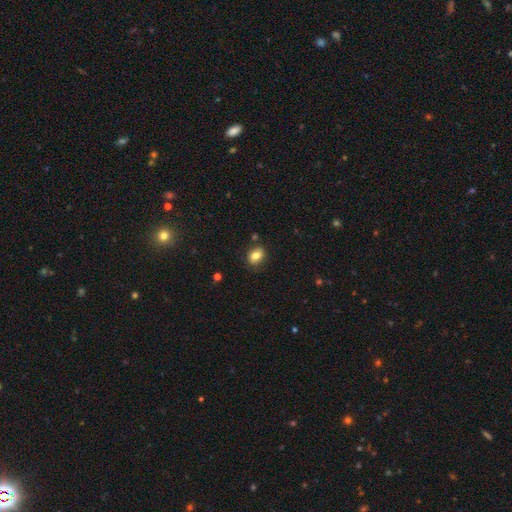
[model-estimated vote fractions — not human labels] smooth-or-featured: smooth: 81% | star or artifact: 10% | featured or disk: 9%
  how-rounded: in between: 67% | round: 31% | cigar-shaped: 1%
  merging: none: 77% | minor disturbance: 15% | merger: 4% | major disturbance: 3%